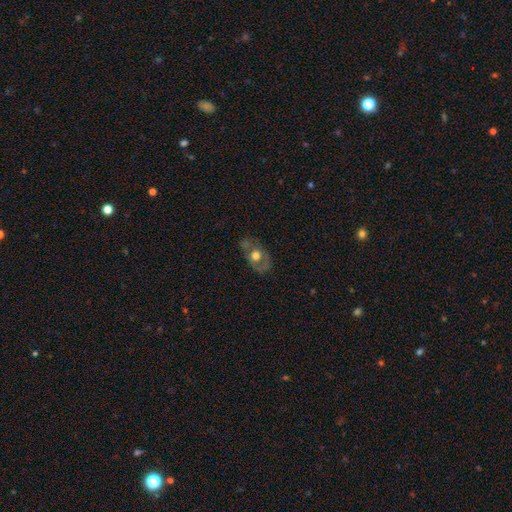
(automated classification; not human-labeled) Overall: featured or disk (48%; smooth 44%). Merging: none (62%).